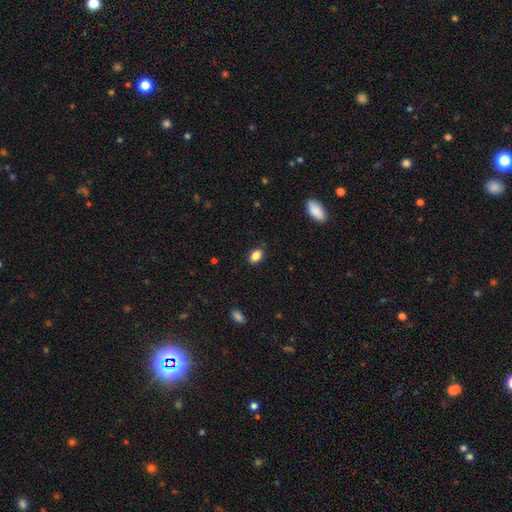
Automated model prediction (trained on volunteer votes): smooth_or_featured: smooth (p=0.86) [alt: star or artifact p=0.09]
how_rounded: in between (p=0.78) [alt: round p=0.20]
merging: none (p=0.85) [alt: minor disturbance p=0.11]